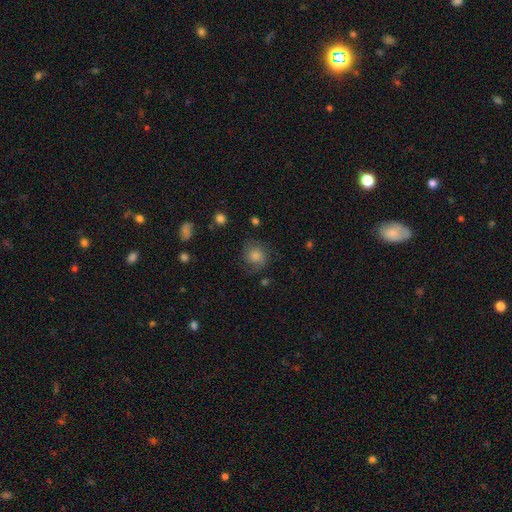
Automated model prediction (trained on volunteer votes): Smooth or featured: smooth — 56% (featured or disk — 34%)
How rounded: round — 81% (in between — 18%)
Merging: none — 67% (minor disturbance — 20%)